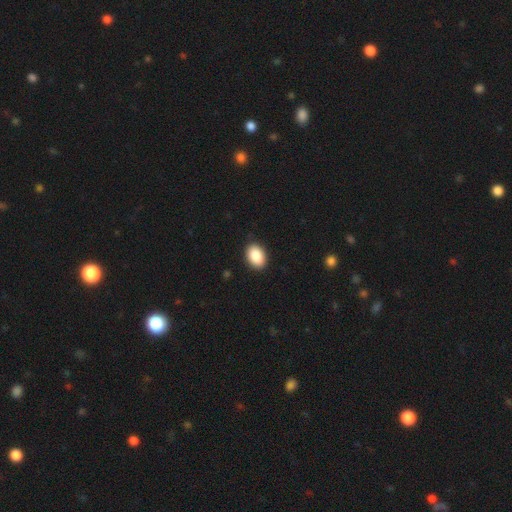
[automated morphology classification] This appears to be a smooth galaxy with no disk features (89%) that is in between round and cigar-shaped (85%). Merging: none (90%).